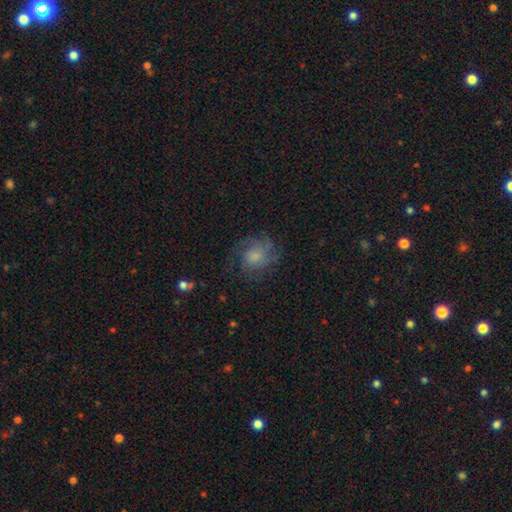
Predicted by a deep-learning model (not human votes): Morphology: type=featured or disk (53%); edge-on=no (97%); bar=no (72%); spiral arms=yes (84%); bulge=small (41%); merging=none (61%).